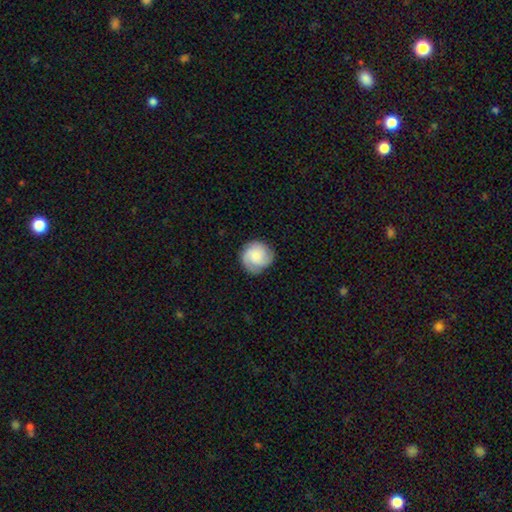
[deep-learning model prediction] This is possibly a featured or disk galaxy (51%). It is clearly not viewed edge-on (98%). Bar: likely no (76%). Spiral arm pattern: clearly yes (94%). Central bulge: marginally small (44%). Merging: clearly none (81%).